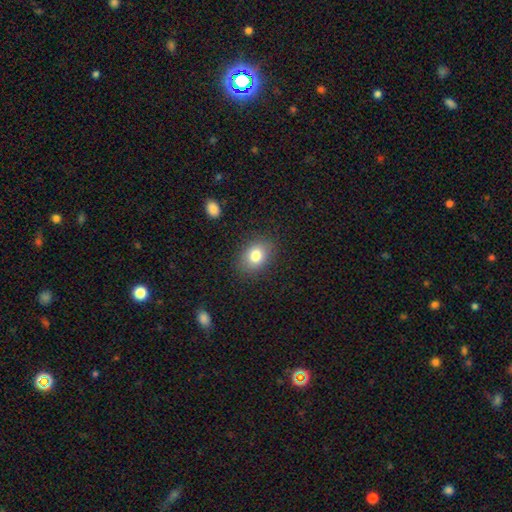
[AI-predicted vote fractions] Q: Smooth or featured?
A: smooth (80%); runner-up: featured or disk (10%)
Q: How rounded?
A: in between (66%); runner-up: round (33%)
Q: Merging?
A: none (85%); runner-up: minor disturbance (10%)